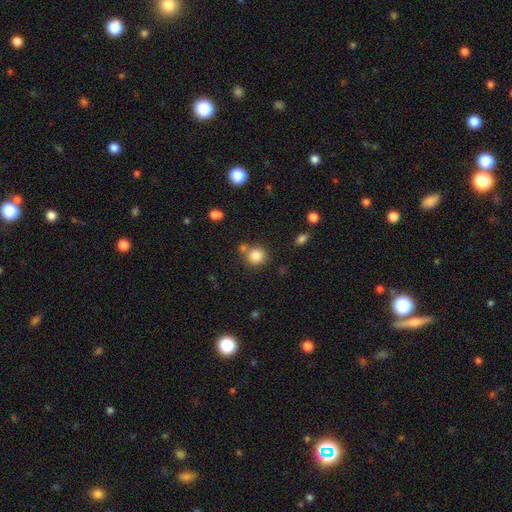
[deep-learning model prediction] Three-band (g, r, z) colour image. It shows a smooth galaxy with no disk features (82%) that is round (90%). Merging: none (68%).